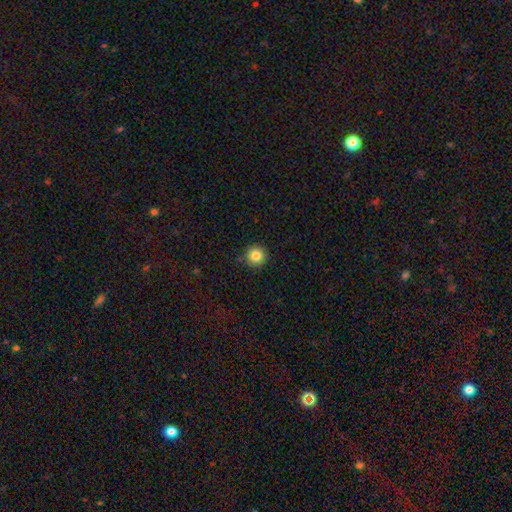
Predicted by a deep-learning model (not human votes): The model was most divided on "smooth or featured": smooth: 84%, star or artifact: 11%, featured or disk: 6%. More confident: how rounded — round (95%); merging — none (90%).